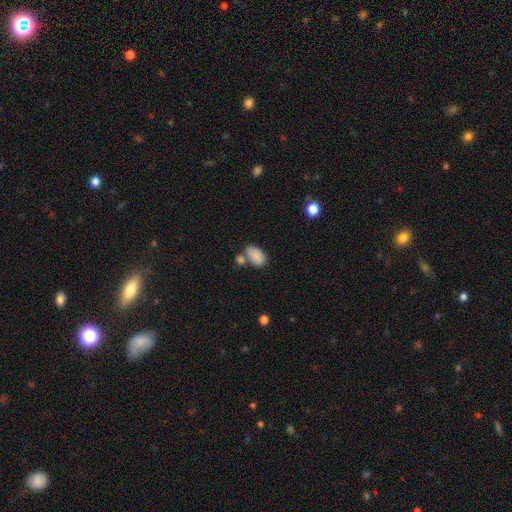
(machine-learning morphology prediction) smooth 86%, star or artifact 8%, featured or disk 6%. Down the decision tree: how rounded — in between (92%); merging — none (51%).